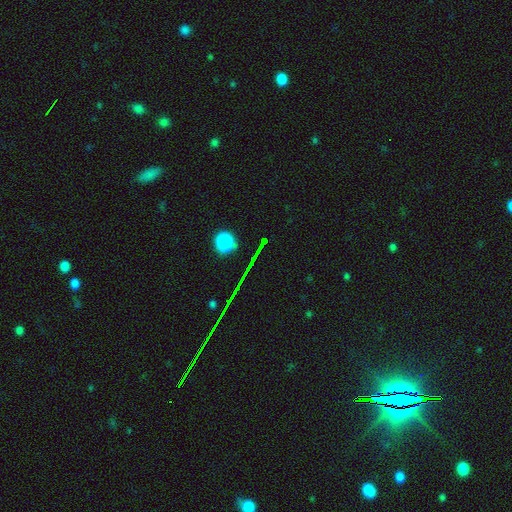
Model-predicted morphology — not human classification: star or artifact 74%, smooth 15%, featured or disk 10%.